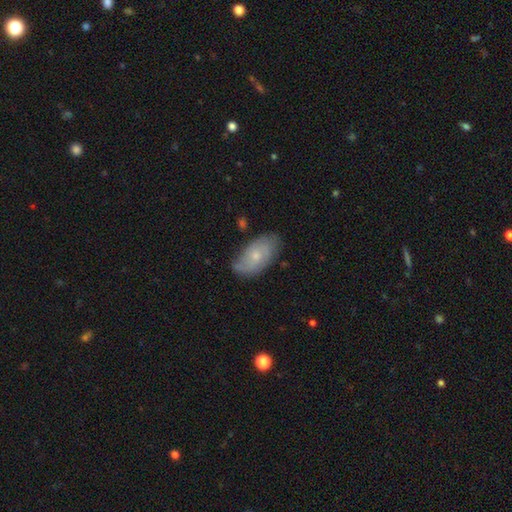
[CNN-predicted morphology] Smooth or featured? featured or disk (49%)
Merging? none (68%)